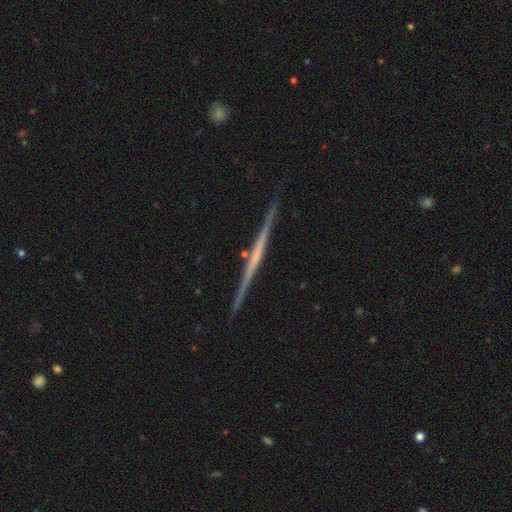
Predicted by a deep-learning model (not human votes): This appears to be a featured or disk galaxy (75%) viewed edge-on (98%) with no central bulge (82%). Merging: none (90%).